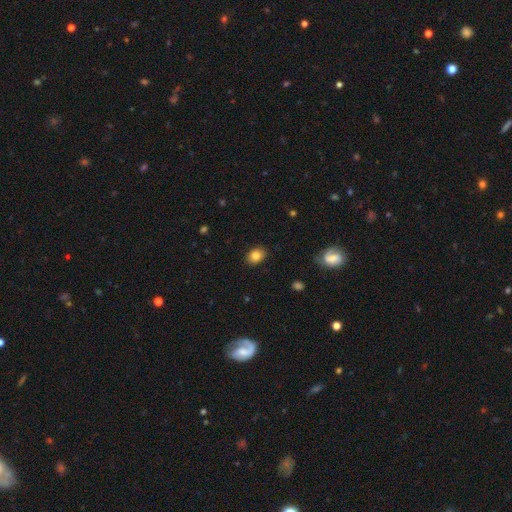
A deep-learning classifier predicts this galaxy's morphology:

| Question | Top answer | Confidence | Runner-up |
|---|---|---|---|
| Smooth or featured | smooth | 85% | star or artifact (9%) |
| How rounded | in between | 64% | round (35%) |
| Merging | none | 87% | minor disturbance (9%) |